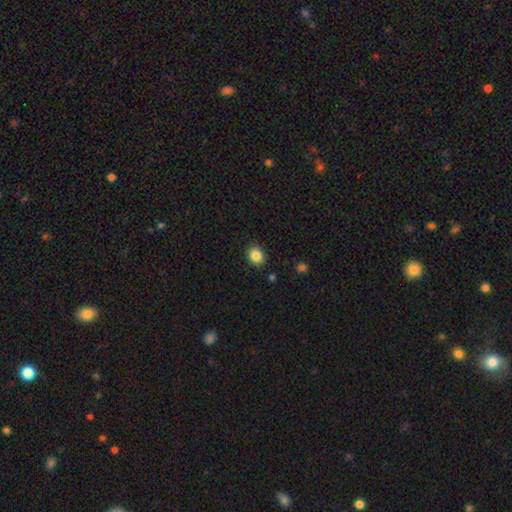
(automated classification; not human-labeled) Overall: smooth (86%). How rounded: round (59%; in between 40%). Merging: none (88%).